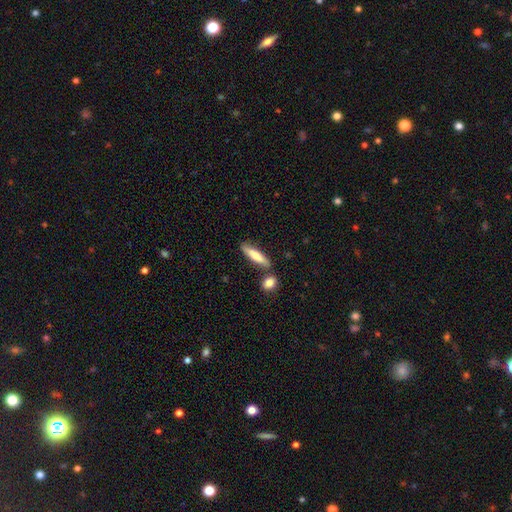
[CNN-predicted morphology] Smooth or featured? Predicted: smooth (p=0.73). How rounded? Predicted: cigar-shaped (p=0.75). Merging? Predicted: none (p=0.72).